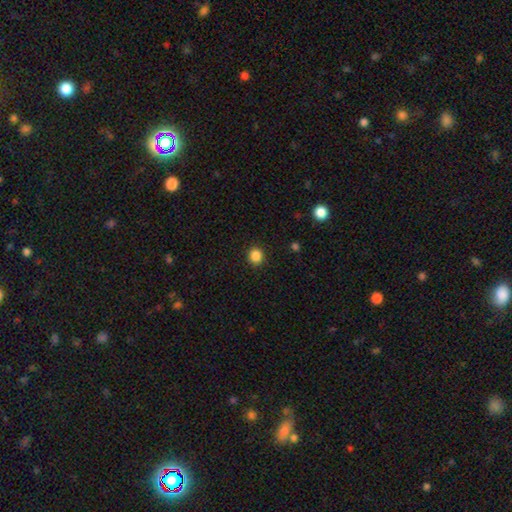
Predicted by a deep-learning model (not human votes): Smooth or featured?
  - smooth: 86% *
  - star or artifact: 11%
  - featured or disk: 3%
How rounded?
  - round: 88% *
  - in between: 11%
  - cigar-shaped: 1%
Merging?
  - none: 92% *
  - minor disturbance: 5%
  - major disturbance: 2%
  - merger: 1%